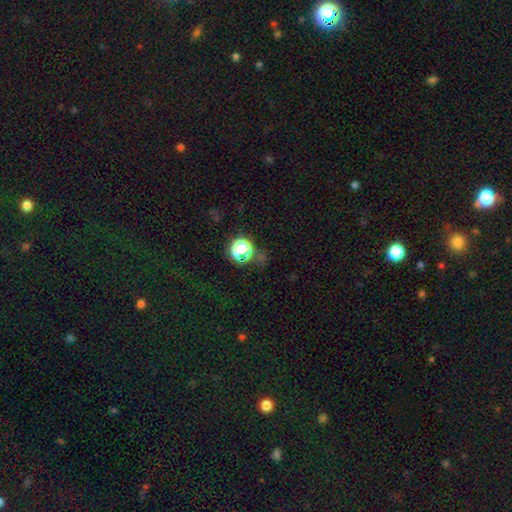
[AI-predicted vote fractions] This is likely a star or artifact rather than a galaxy (64%).